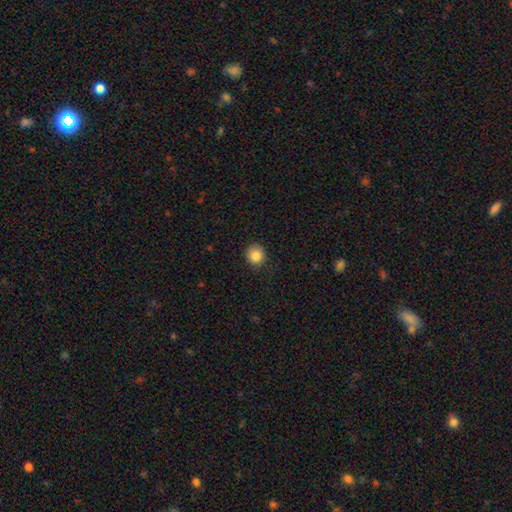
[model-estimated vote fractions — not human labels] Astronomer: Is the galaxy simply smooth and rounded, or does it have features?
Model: smooth — 85%.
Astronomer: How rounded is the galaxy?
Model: round — 90%.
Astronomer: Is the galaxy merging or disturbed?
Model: none — 86%.